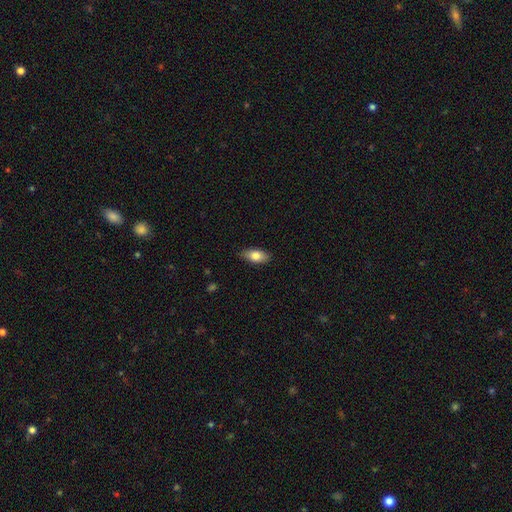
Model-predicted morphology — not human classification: The model was most divided on "smooth or featured": smooth: 79%, featured or disk: 14%, star or artifact: 7%. More confident: how rounded — in between (86%); merging — none (85%).